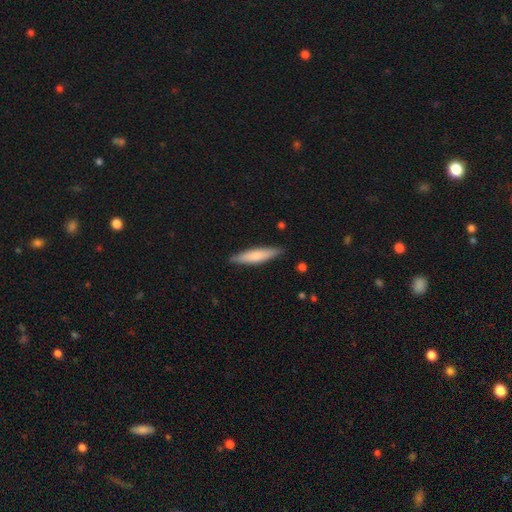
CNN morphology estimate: smooth-or-featured: smooth: 72% | featured or disk: 23% | star or artifact: 5%
  how-rounded: cigar-shaped: 81% | in between: 18% | round: 1%
  merging: none: 88% | minor disturbance: 9% | major disturbance: 2% | merger: 1%